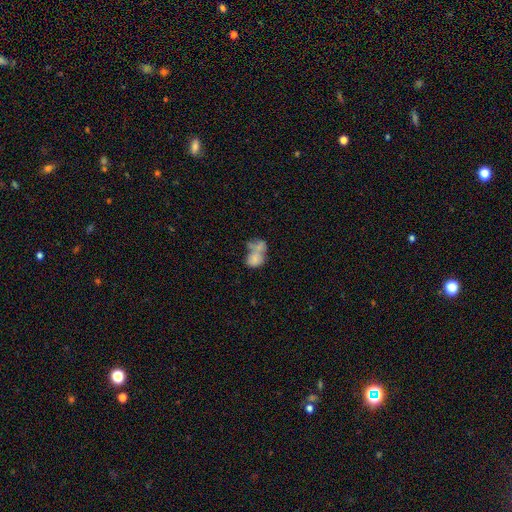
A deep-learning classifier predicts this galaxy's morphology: Smooth or featured? Predicted: smooth (p=0.61). How rounded? Predicted: in between (p=0.69). Merging? Predicted: merger (p=0.58).